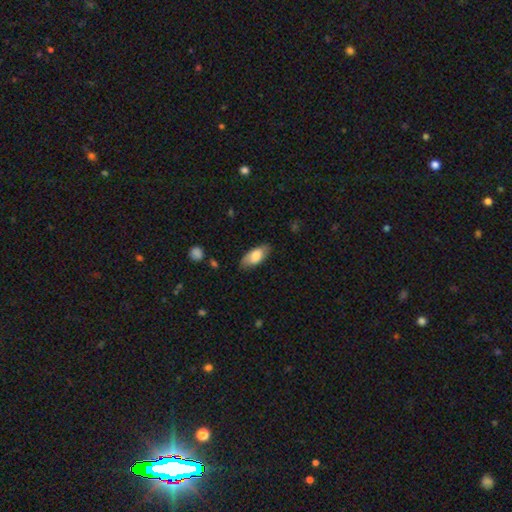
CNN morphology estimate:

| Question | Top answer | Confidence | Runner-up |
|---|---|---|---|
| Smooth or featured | smooth | 75% | featured or disk (19%) |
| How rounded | in between | 89% | cigar-shaped (9%) |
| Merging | none | 79% | minor disturbance (16%) |